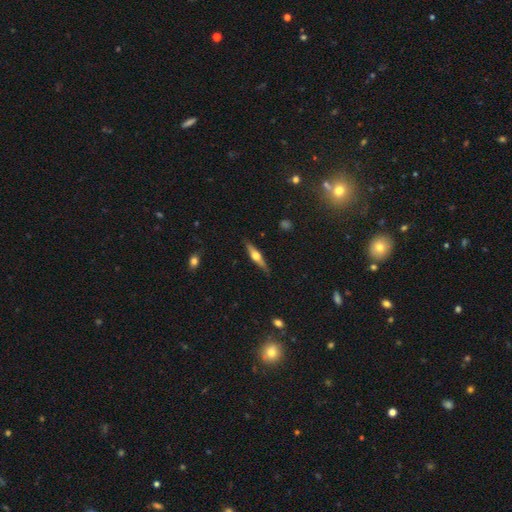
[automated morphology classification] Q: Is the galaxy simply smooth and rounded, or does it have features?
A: featured or disk — 64%.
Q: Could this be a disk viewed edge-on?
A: yes — 96%.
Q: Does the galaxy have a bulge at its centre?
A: rounded — 93%.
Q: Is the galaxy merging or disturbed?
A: none — 86%.